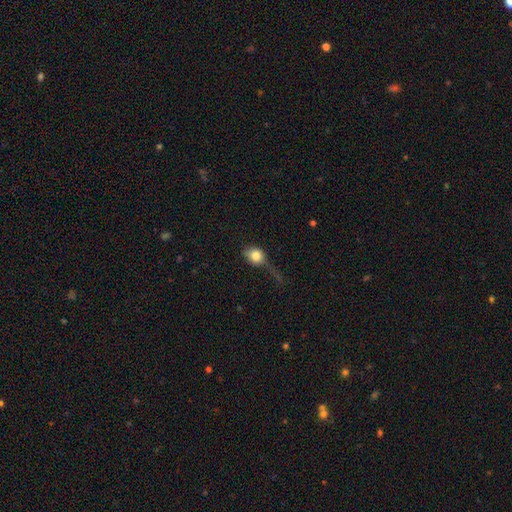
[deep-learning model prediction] Smooth or featured? Predicted: smooth (p=0.72). How rounded? Predicted: round (p=0.59). Merging? Predicted: major disturbance (p=0.34).